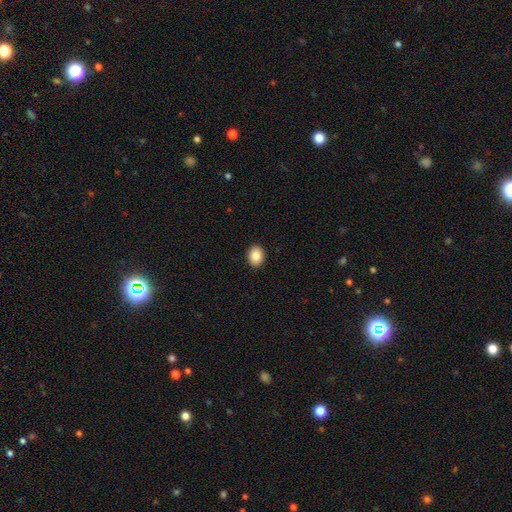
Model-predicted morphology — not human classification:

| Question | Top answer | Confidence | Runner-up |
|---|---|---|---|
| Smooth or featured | smooth | 86% | star or artifact (8%) |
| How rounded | in between | 60% | round (39%) |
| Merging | none | 92% | minor disturbance (6%) |